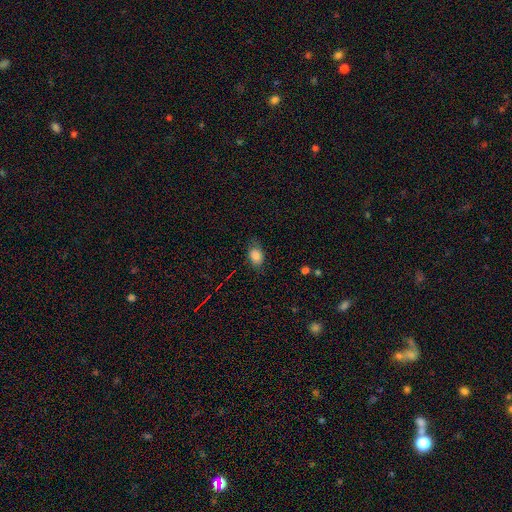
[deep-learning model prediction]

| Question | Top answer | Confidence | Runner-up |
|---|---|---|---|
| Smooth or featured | smooth | 81% | star or artifact (10%) |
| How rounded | in between | 81% | round (18%) |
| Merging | none | 71% | minor disturbance (22%) |